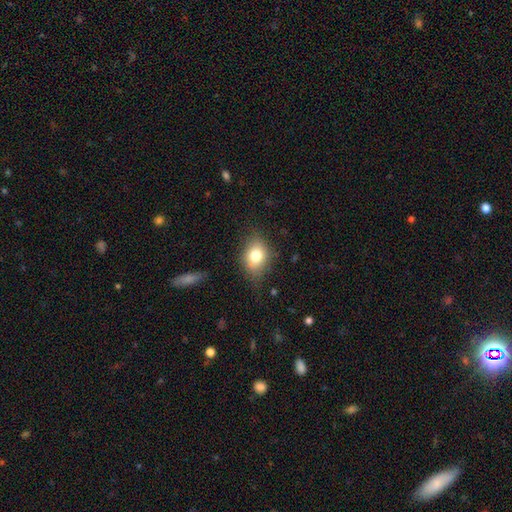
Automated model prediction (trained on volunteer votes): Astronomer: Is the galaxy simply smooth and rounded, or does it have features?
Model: smooth — 76%.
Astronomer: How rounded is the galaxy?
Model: in between — 61% (runner-up: round, 38%).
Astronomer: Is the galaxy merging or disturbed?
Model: none — 72%.